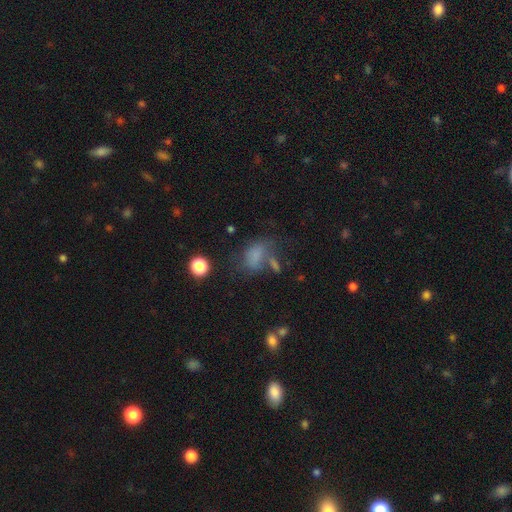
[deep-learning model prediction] Smooth or featured?
  - smooth: 69% *
  - star or artifact: 17%
  - featured or disk: 14%
How rounded?
  - in between: 79% *
  - round: 18%
  - cigar-shaped: 3%
Merging?
  - none: 41% *
  - minor disturbance: 22%
  - major disturbance: 21%
  - merger: 17%